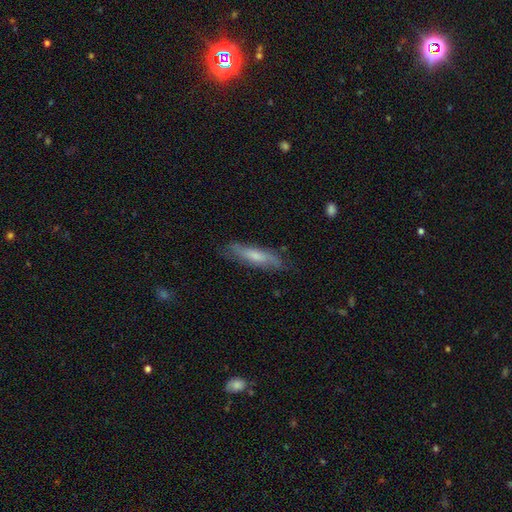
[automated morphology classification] This is possibly a smooth galaxy (54%). How rounded: likely cigar-shaped (76%). Merging: likely none (74%).